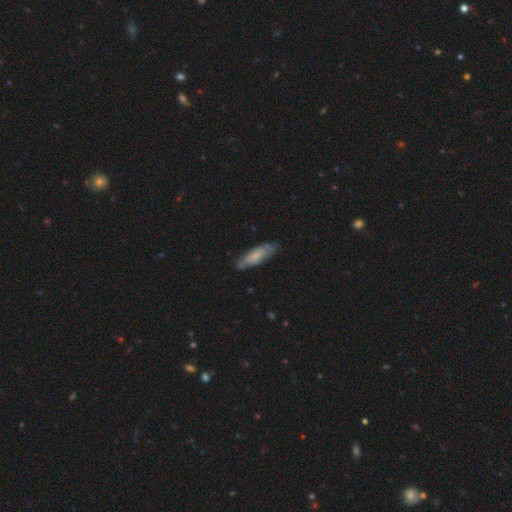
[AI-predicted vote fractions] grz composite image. It shows a smooth galaxy with no disk features (66%) that is cigar-shaped (54%). Merging: none (76%).